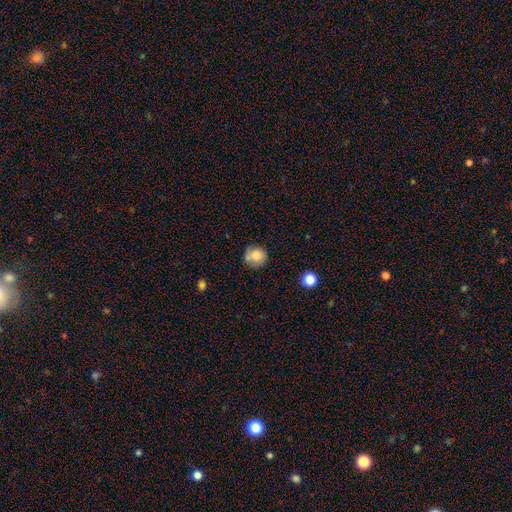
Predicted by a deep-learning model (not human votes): Smooth or featured: smooth — 80% (featured or disk — 11%)
How rounded: round — 87% (in between — 12%)
Merging: none — 63% (minor disturbance — 21%)